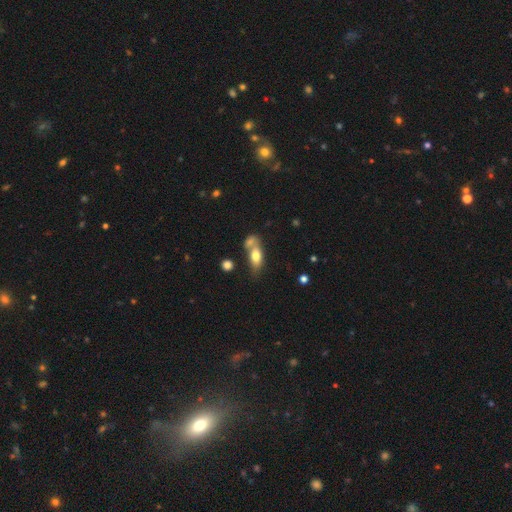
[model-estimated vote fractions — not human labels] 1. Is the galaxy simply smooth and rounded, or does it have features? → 72% smooth, 21% featured or disk, 8% star or artifact.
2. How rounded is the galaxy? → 77% in between, 16% cigar-shaped, 7% round.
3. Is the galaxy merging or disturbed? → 42% merger, 39% none, 14% minor disturbance, 6% major disturbance.